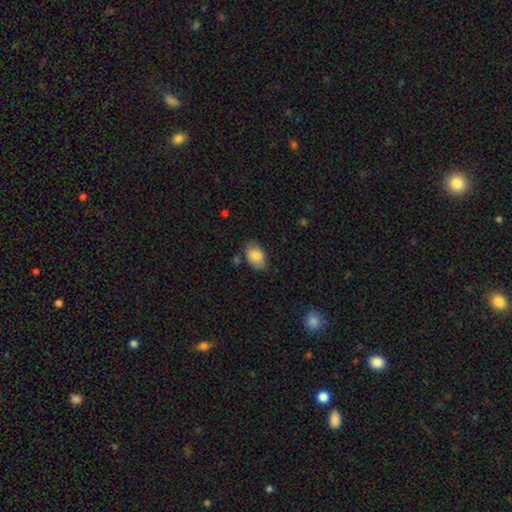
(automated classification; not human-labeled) smooth-or-featured: smooth: 82% | featured or disk: 11% | star or artifact: 7%
  how-rounded: in between: 89% | round: 10% | cigar-shaped: 1%
  merging: none: 72% | minor disturbance: 21% | major disturbance: 4% | merger: 3%